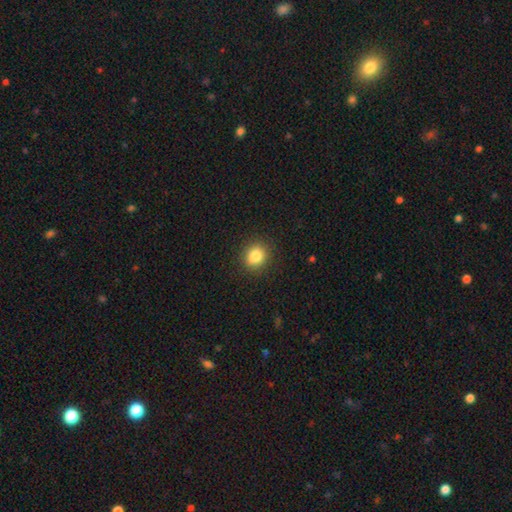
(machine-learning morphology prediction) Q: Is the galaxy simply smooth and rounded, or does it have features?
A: smooth — 83%.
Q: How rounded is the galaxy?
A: round — 76%.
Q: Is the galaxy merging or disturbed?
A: none — 89%.